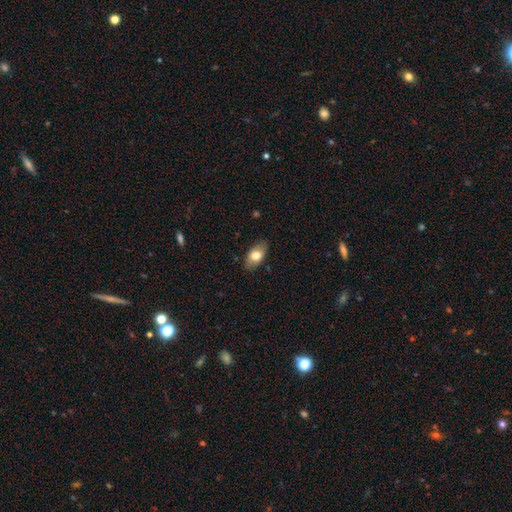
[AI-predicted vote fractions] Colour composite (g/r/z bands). It shows a smooth galaxy with no disk features (75%) that is in between round and cigar-shaped (92%). Merging: none (86%).